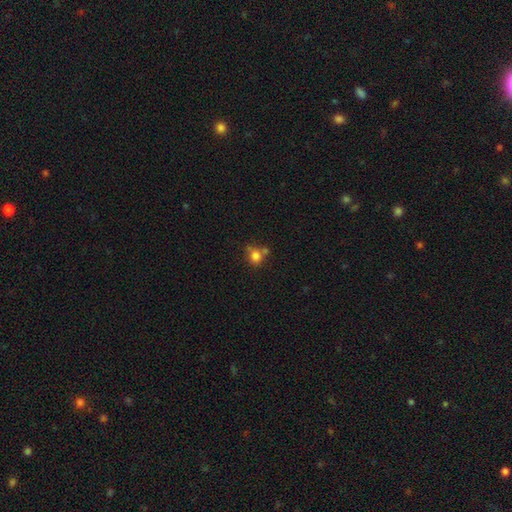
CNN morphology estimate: type=smooth (79%); roundness=round (74%); merging=none (51%).